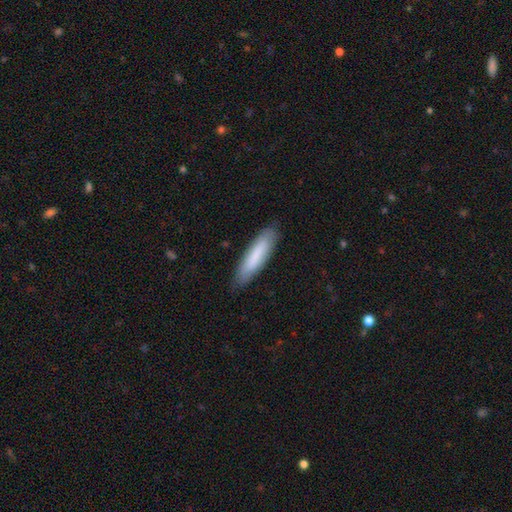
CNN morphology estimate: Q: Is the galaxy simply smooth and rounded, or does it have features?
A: smooth — 79%.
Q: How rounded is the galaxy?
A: cigar-shaped — 76%.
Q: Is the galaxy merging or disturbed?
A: none — 86%.